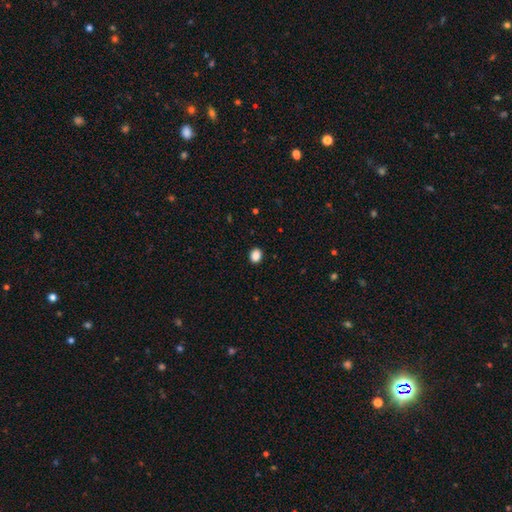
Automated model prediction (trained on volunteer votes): A smooth galaxy with no disk features (88%) that is round (51%).

Vote fractions:
- Smooth or featured? smooth: 88% / star or artifact: 9% / featured or disk: 3%
- How rounded? round: 51% / in between: 48% / cigar-shaped: 1%
- Merging? none: 92% / minor disturbance: 6% / major disturbance: 2% / merger: 1%